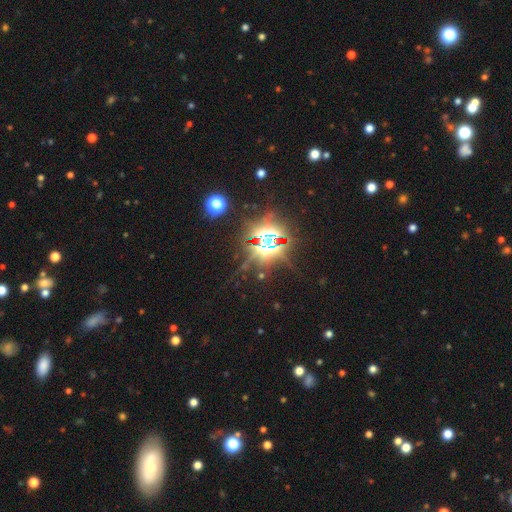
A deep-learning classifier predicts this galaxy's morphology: smooth_or_featured: star or artifact (p=0.82) [alt: featured or disk p=0.11]